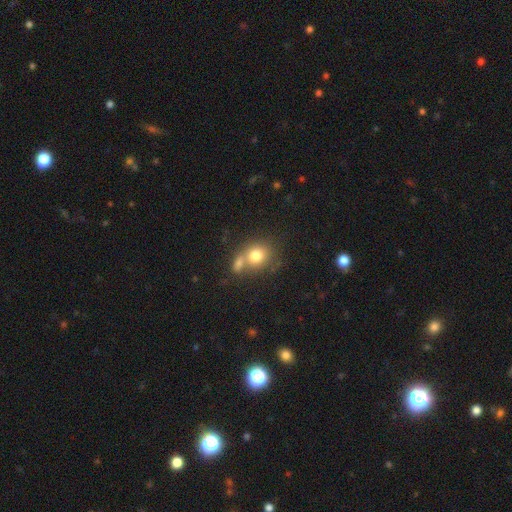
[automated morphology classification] Q: Smooth or featured?
A: smooth (77%); runner-up: featured or disk (13%)
Q: How rounded?
A: round (73%); runner-up: in between (26%)
Q: Merging?
A: none (43%); runner-up: merger (41%)